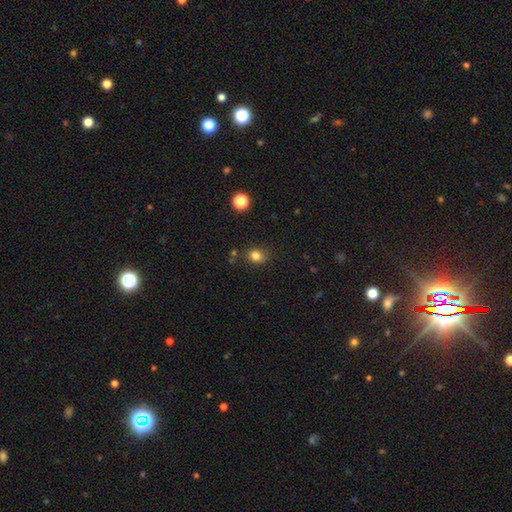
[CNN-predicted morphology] Overall: smooth (81%). How rounded: round (60%; in between 39%). Merging: none (81%).